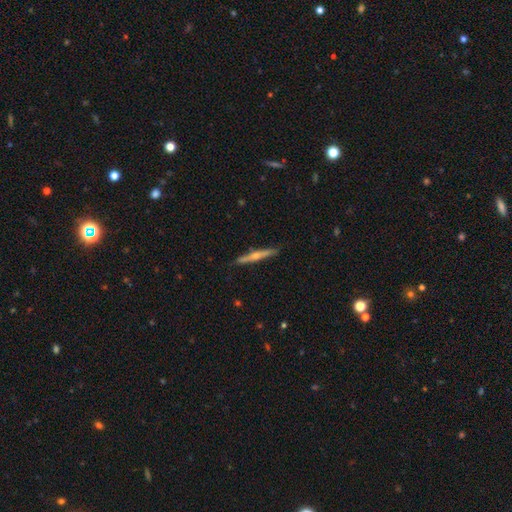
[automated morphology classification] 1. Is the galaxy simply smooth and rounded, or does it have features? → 65% featured or disk, 30% smooth, 6% star or artifact.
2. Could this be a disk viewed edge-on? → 97% yes, 3% no.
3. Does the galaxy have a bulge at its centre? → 86% rounded, 11% none, 3% boxy.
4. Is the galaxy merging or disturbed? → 89% none, 8% minor disturbance, 1% major disturbance, 1% merger.